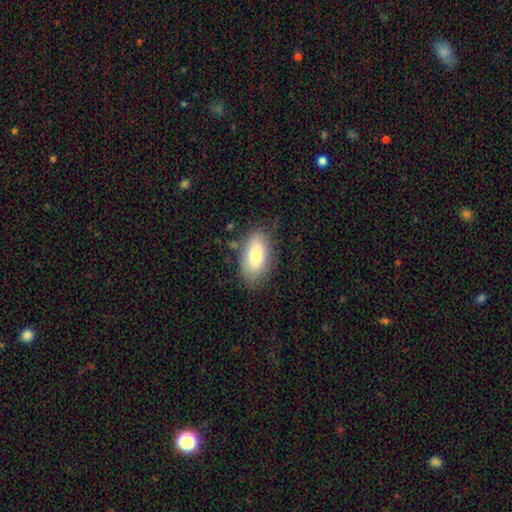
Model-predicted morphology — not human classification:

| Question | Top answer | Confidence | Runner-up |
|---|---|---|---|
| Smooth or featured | smooth | 73% | featured or disk (19%) |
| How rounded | in between | 93% | round (4%) |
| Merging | none | 76% | minor disturbance (18%) |